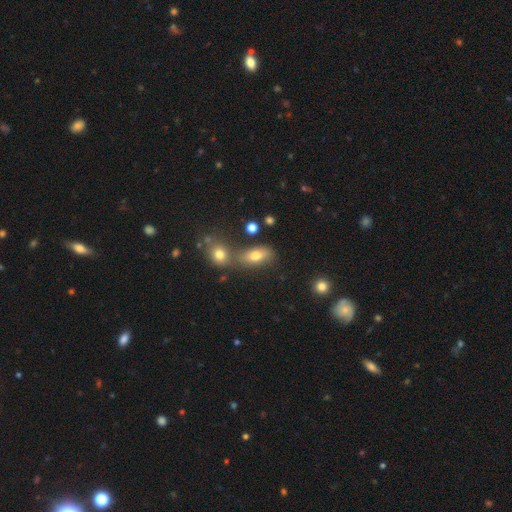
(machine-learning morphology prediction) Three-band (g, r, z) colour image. It shows a smooth galaxy with no disk features (73%) that is in between round and cigar-shaped (80%). Merging: none (53%).